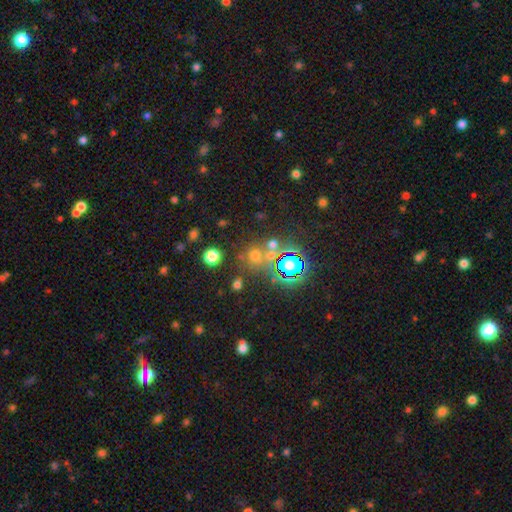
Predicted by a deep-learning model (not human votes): smooth 48%, star or artifact 42%, featured or disk 9%. Down the decision tree: merging — none (68%).